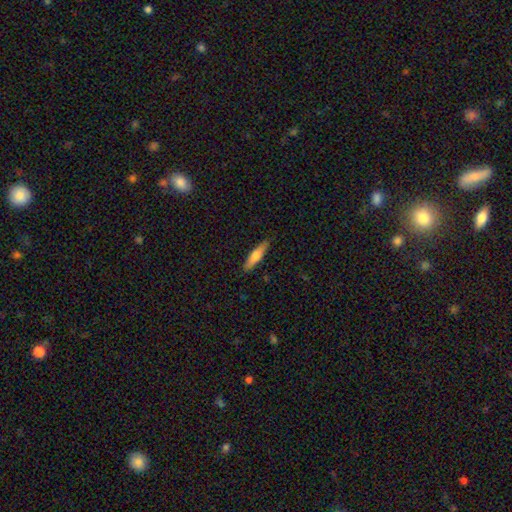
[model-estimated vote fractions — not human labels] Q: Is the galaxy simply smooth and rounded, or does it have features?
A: smooth — 62%.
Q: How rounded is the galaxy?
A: cigar-shaped — 81%.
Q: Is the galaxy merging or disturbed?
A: none — 88%.